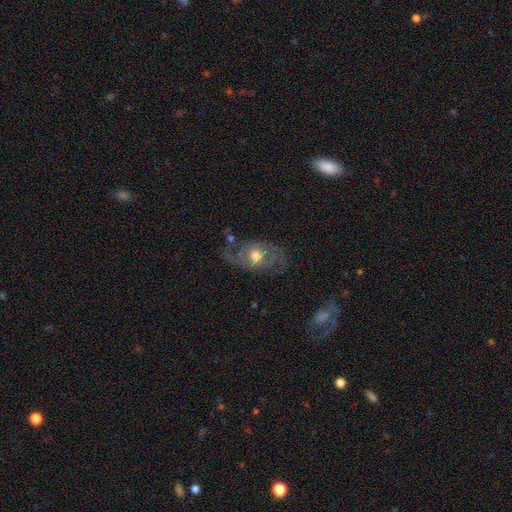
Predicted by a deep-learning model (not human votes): smooth-or-featured: featured or disk: 78% | smooth: 16% | star or artifact: 6%
  disk-edge-on: no: 95% | yes: 5%
    bar: no: 71% | weak: 24% | strong: 5%
    has-spiral-arms: yes: 86% | no: 14%
      spiral-winding: medium: 46% | tight: 29% | loose: 25%
      spiral-arm-count: 2: 76% | can't tell: 12% | 3: 4% | 1: 4% | 4: 2% | more than 4: 2%
    bulge-size: moderate: 76% | large: 12% | small: 10% | dominant: 1% | none: 1%
  merging: none: 63% | minor disturbance: 20% | major disturbance: 14% | merger: 3%